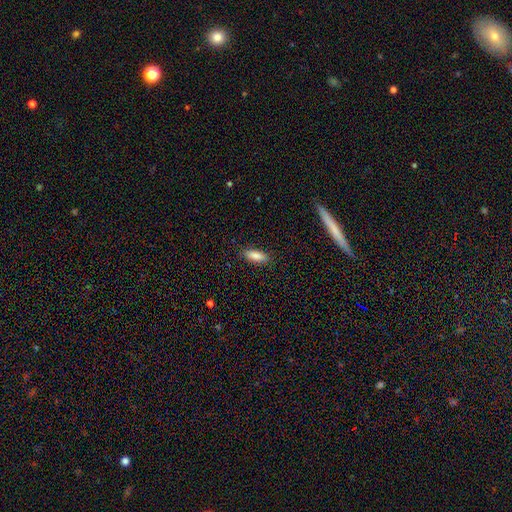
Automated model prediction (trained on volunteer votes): smooth_or_featured: smooth (p=0.86) [alt: featured or disk p=0.07]
how_rounded: in between (p=0.67) [alt: cigar-shaped p=0.31]
merging: none (p=0.87) [alt: minor disturbance p=0.09]